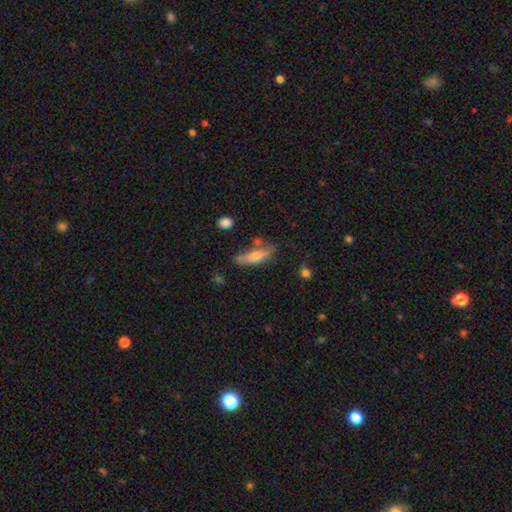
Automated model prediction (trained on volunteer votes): This is possibly a smooth galaxy (52%). How rounded: likely cigar-shaped (64%). Merging: likely none (64%).